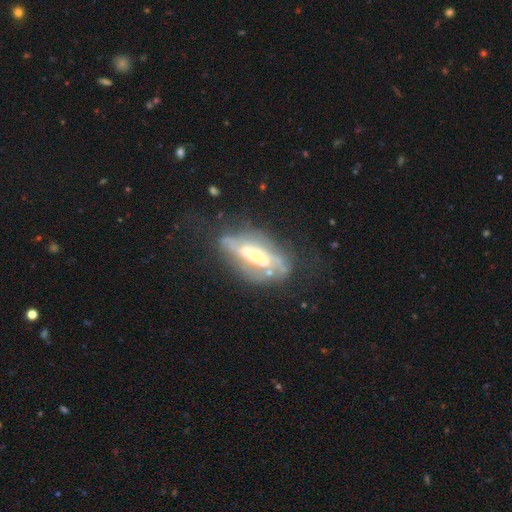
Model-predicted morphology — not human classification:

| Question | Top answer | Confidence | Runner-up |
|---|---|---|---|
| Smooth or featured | featured or disk | 72% | smooth (21%) |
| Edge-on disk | no | 82% | yes (18%) |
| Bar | no | 46% | weak (30%) |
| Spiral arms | yes | 56% | no (44%) |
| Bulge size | moderate | 52% | small (25%) |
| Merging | none | 49% | minor disturbance (24%) |